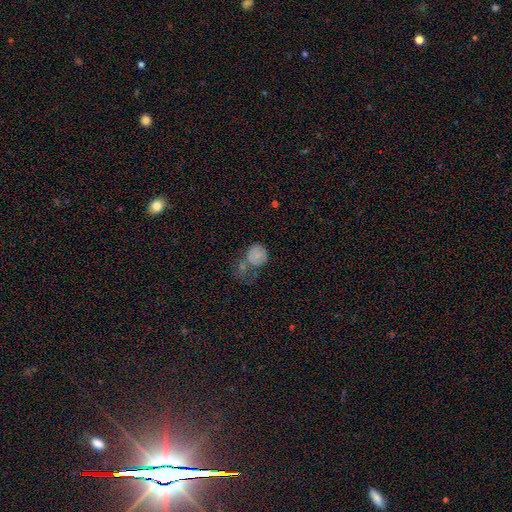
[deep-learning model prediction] Smooth or featured: smooth — 73% (featured or disk — 14%)
How rounded: round — 74% (in between — 25%)
Merging: merger — 35% (none — 32%)